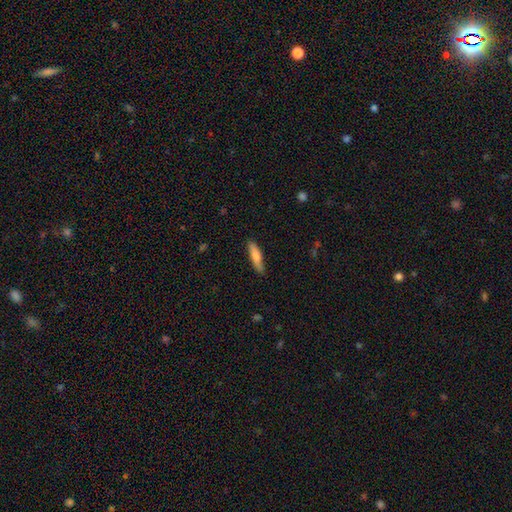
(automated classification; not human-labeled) Smooth or featured? Predicted: smooth (p=0.72). How rounded? Predicted: cigar-shaped (p=0.78). Merging? Predicted: none (p=0.84).